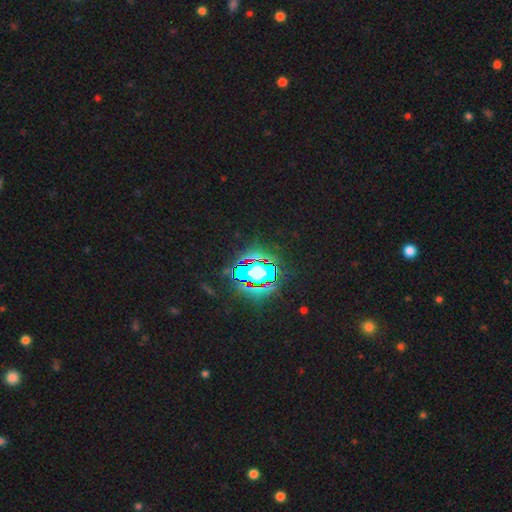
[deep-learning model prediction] Smooth or featured: star or artifact — 84% (smooth — 9%)